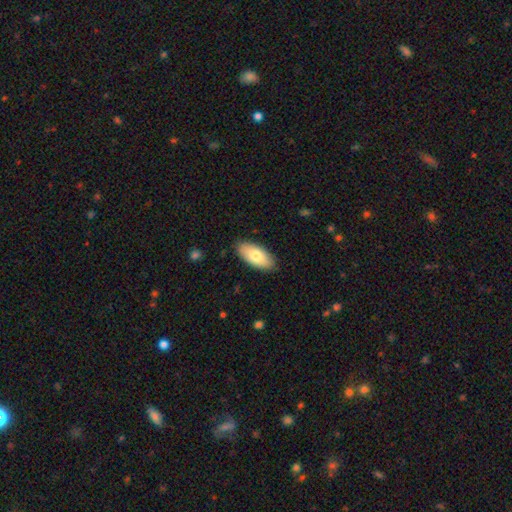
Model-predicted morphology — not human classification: Overall: smooth (77%). How rounded: in between (92%). Merging: none (87%).